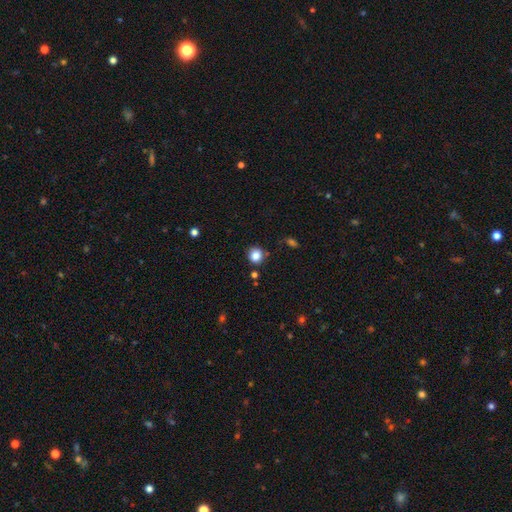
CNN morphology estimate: smooth 84%, star or artifact 11%, featured or disk 5%. Down the decision tree: how rounded — round (89%); merging — none (82%).